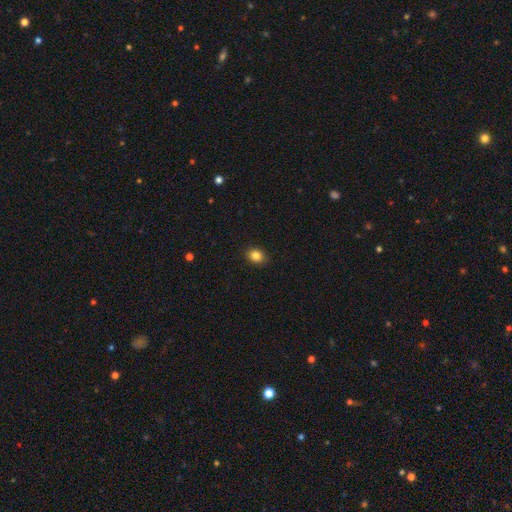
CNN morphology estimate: The model was most divided on "how rounded": round: 57%, in between: 42%, cigar-shaped: 1%. More confident: merging — none (90%); smooth or featured — smooth (85%).